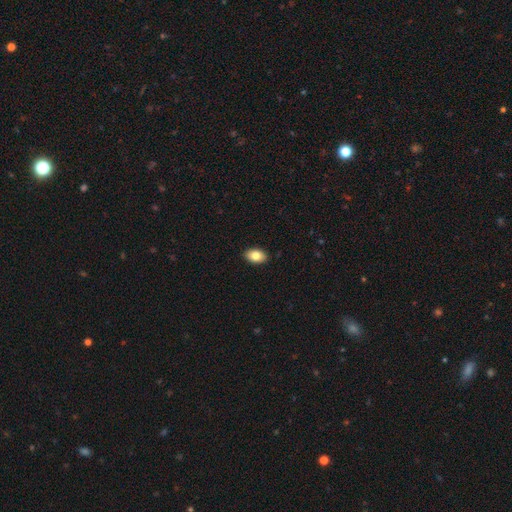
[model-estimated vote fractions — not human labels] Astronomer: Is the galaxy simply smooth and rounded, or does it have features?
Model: smooth — 82%.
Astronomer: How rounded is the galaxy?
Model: in between — 91%.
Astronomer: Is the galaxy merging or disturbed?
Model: none — 90%.